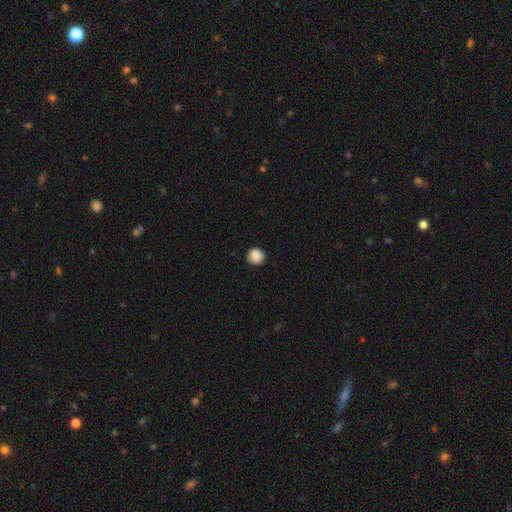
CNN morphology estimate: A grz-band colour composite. It shows a smooth galaxy with no disk features (89%) that is round (95%). Merging: none (92%).